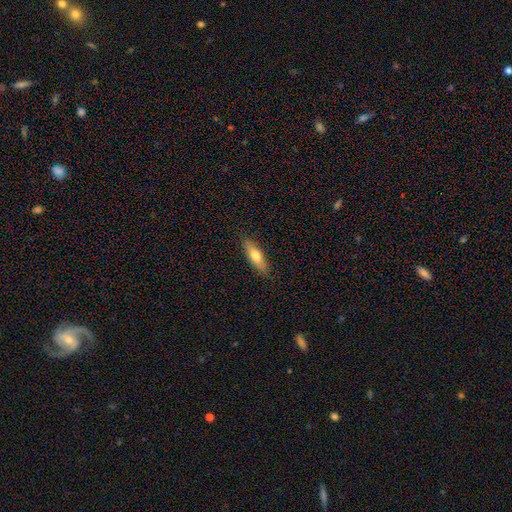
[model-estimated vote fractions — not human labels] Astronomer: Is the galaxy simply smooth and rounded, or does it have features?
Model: smooth — 68%.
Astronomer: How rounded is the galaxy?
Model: cigar-shaped — 52% (runner-up: in between, 46%).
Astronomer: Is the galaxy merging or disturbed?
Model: none — 87%.